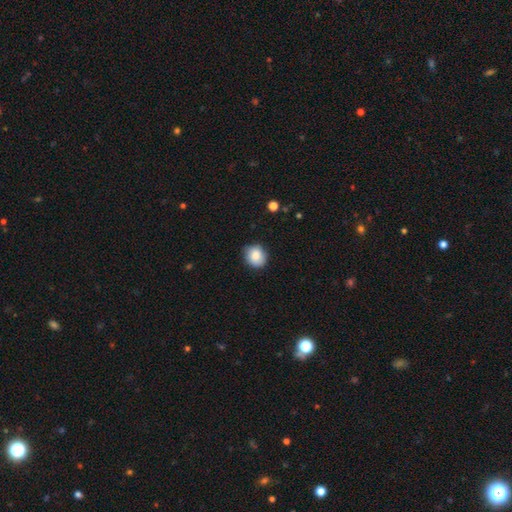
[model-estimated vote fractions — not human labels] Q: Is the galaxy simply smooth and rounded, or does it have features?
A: smooth — 85%.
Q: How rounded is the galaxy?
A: round — 76%.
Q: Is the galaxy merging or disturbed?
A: none — 83%.